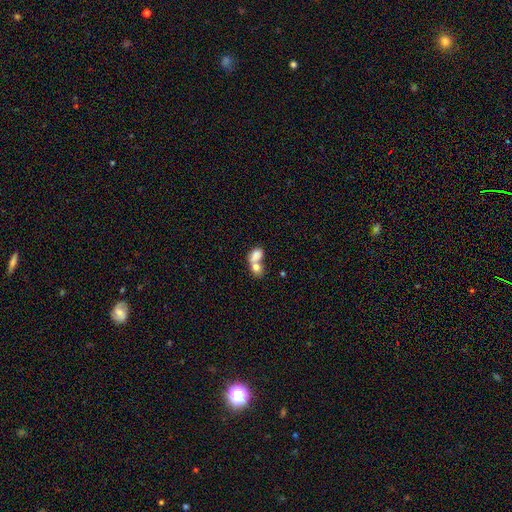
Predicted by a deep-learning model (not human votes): Smooth or featured? smooth (78%)
How rounded? in between (77%)
Merging? merger (70%)